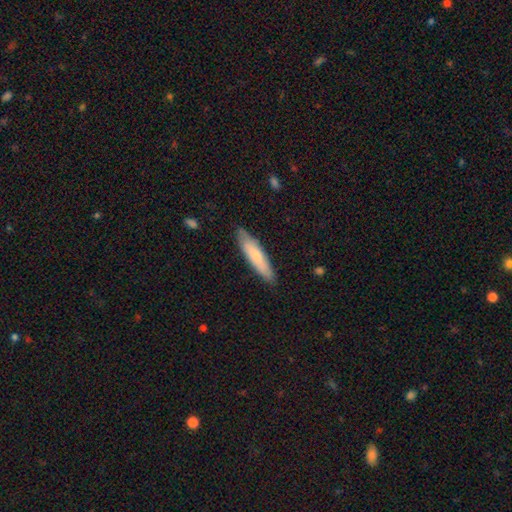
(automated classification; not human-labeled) smooth-or-featured: smooth: 71% | featured or disk: 24% | star or artifact: 5%
  how-rounded: cigar-shaped: 76% | in between: 22% | round: 1%
  merging: none: 83% | minor disturbance: 13% | major disturbance: 2% | merger: 1%